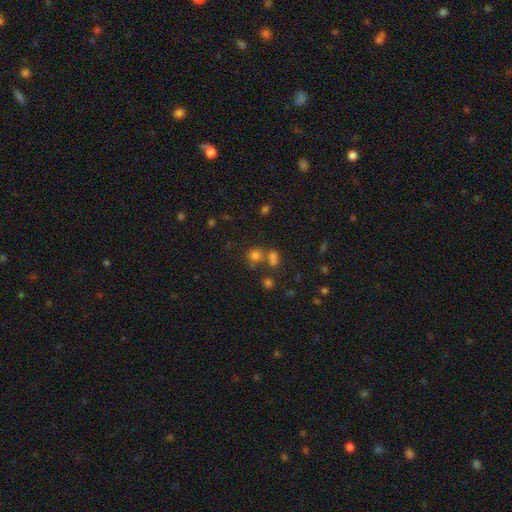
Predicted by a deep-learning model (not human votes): The model was most divided on "merging": none: 54%, merger: 31%, minor disturbance: 9%, major disturbance: 5%. More confident: how rounded — round (82%); smooth or featured — smooth (66%).